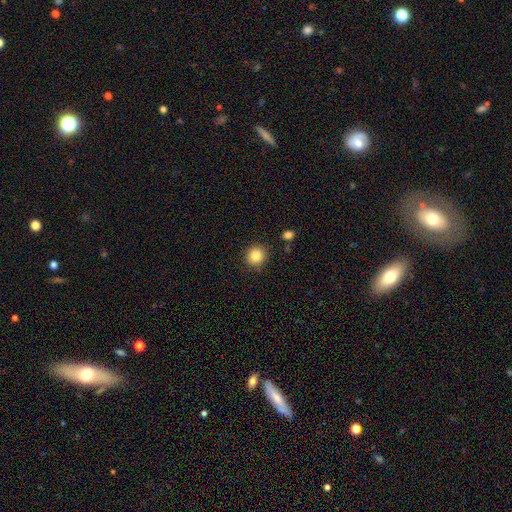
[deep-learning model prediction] smooth 85%, star or artifact 10%, featured or disk 5%. Down the decision tree: how rounded — round (91%); merging — none (87%).